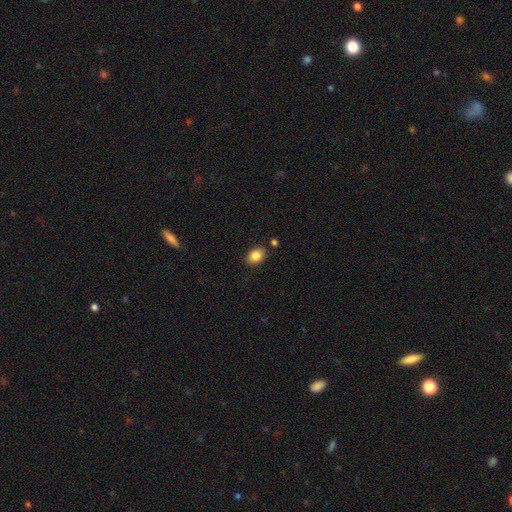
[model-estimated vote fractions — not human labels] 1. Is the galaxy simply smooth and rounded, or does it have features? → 85% smooth, 9% star or artifact, 6% featured or disk.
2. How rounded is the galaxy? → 67% in between, 32% round, 1% cigar-shaped.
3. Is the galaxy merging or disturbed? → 84% none, 10% minor disturbance, 4% merger, 2% major disturbance.